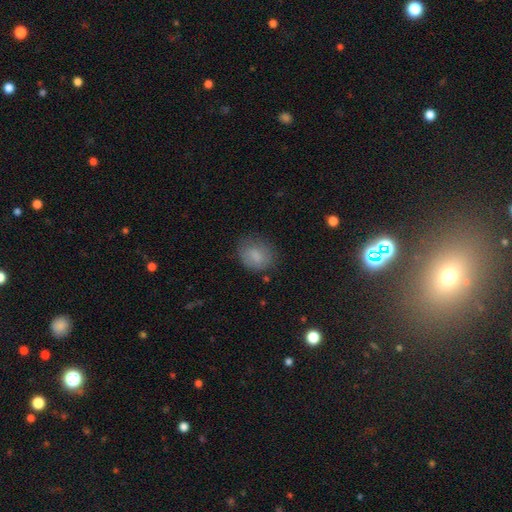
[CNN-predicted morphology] Smooth or featured: smooth — 80% (featured or disk — 11%)
How rounded: round — 55% (in between — 44%)
Merging: none — 70% (minor disturbance — 21%)